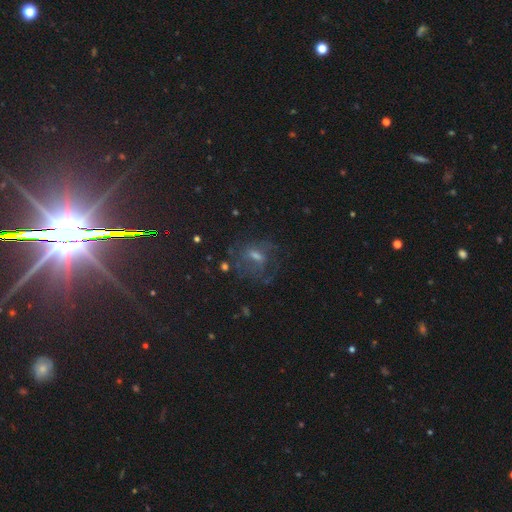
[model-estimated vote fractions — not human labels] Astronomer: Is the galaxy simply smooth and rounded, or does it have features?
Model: featured or disk — 39% (runner-up: star or artifact, 37%).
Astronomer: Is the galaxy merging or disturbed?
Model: none — 57%.